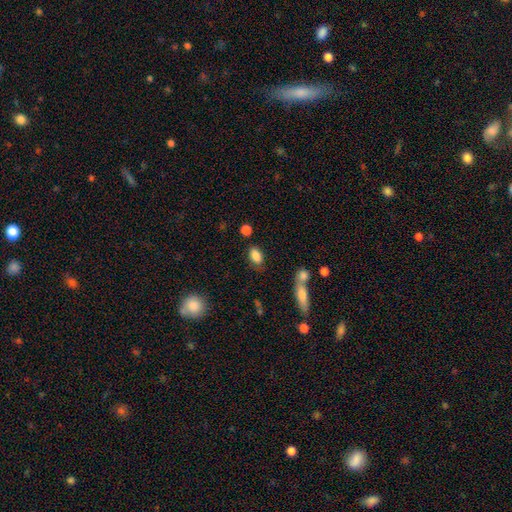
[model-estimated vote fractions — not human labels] Smooth or featured?
  - smooth: 86% *
  - star or artifact: 8%
  - featured or disk: 6%
How rounded?
  - in between: 89% *
  - round: 8%
  - cigar-shaped: 3%
Merging?
  - none: 74% *
  - minor disturbance: 15%
  - merger: 7%
  - major disturbance: 4%